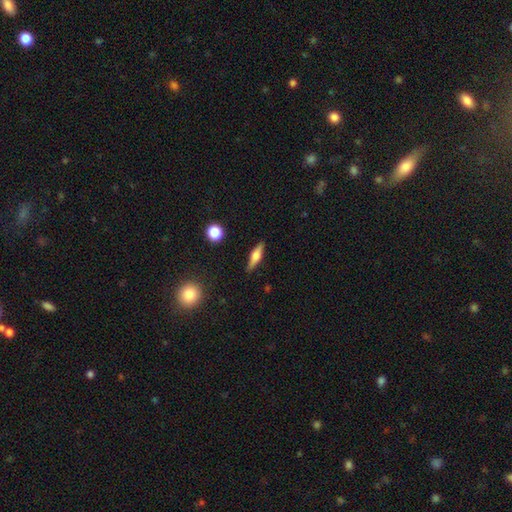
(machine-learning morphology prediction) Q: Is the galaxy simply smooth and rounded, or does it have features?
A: featured or disk — 52%.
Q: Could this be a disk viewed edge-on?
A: yes — 94%.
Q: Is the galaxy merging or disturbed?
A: none — 87%.